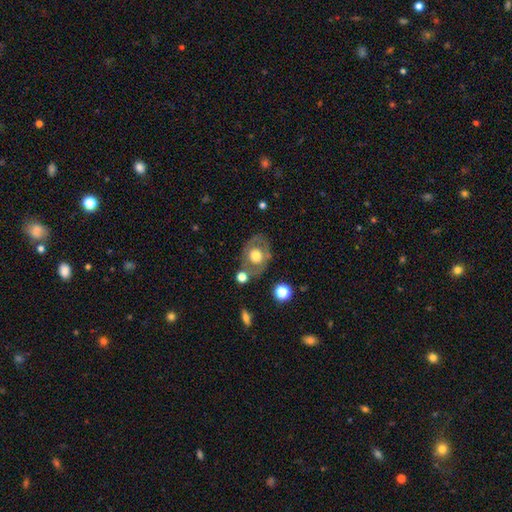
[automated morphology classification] Smooth or featured? Predicted: smooth (p=0.48). Merging? Predicted: none (p=0.64).